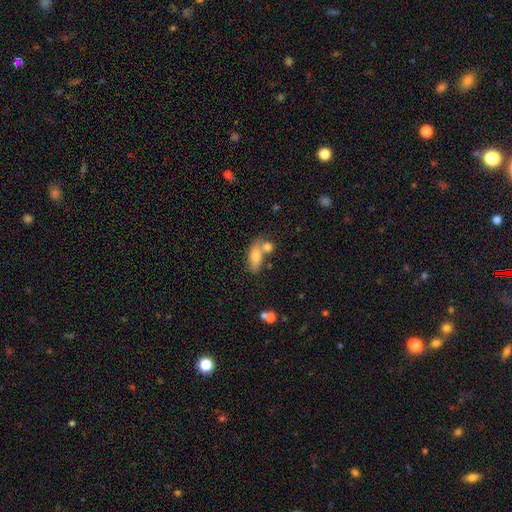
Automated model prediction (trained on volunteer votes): Smooth or featured?
  - smooth: 73% *
  - featured or disk: 19%
  - star or artifact: 8%
How rounded?
  - in between: 76% *
  - cigar-shaped: 16%
  - round: 7%
Merging?
  - none: 42% *
  - merger: 37%
  - minor disturbance: 15%
  - major disturbance: 6%